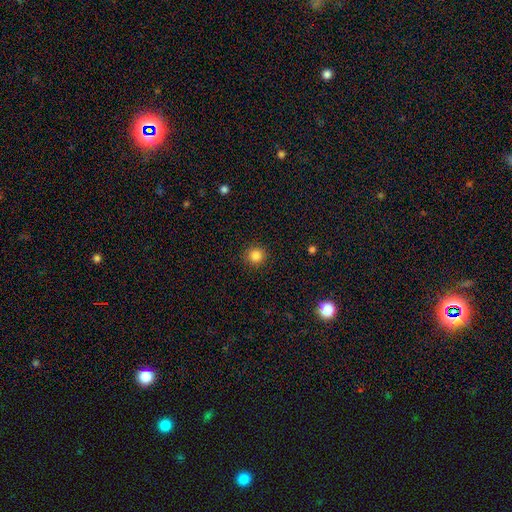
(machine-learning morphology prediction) This is clearly a smooth galaxy (85%). How rounded: clearly round (94%). Merging: clearly none (91%).